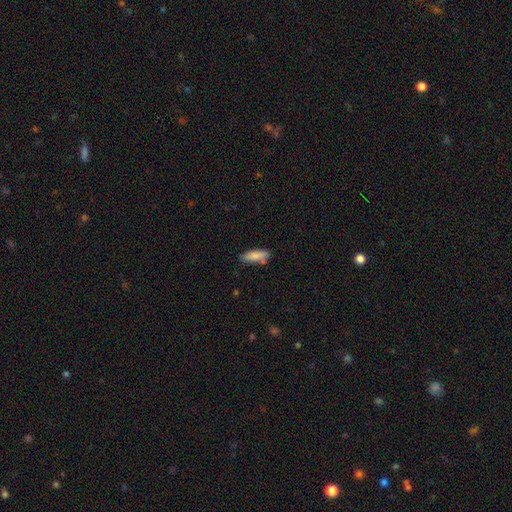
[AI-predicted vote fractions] A smooth galaxy with no disk features (84%) that is in between round and cigar-shaped (54%).

Vote fractions:
- Smooth or featured? smooth: 84% / featured or disk: 9% / star or artifact: 7%
- How rounded? in between: 54% / cigar-shaped: 44% / round: 2%
- Merging? none: 72% / minor disturbance: 18% / merger: 6% / major disturbance: 4%